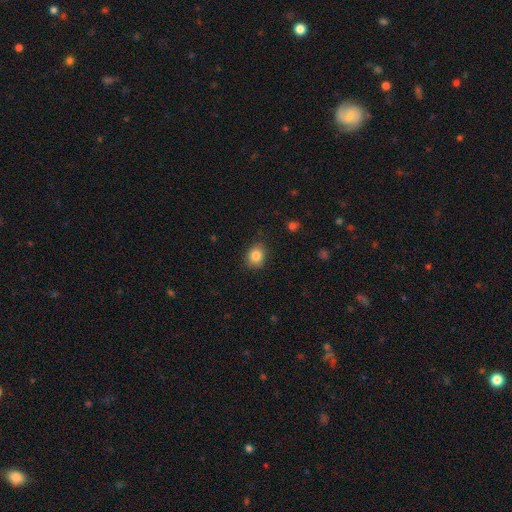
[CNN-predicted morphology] A smooth galaxy with no disk features (84%) that is round (57%).

Vote fractions:
- Smooth or featured? smooth: 84% / star or artifact: 10% / featured or disk: 7%
- How rounded? round: 57% / in between: 42% / cigar-shaped: 1%
- Merging? none: 83% / minor disturbance: 13% / major disturbance: 3% / merger: 1%